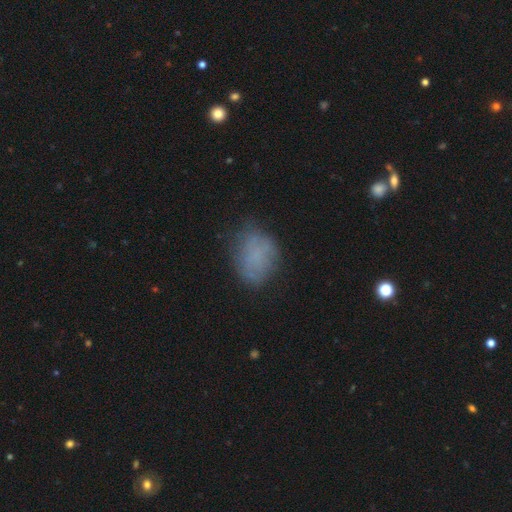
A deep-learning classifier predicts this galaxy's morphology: smooth_or_featured: smooth (p=0.66) [alt: featured or disk p=0.21]
how_rounded: in between (p=0.63) [alt: round p=0.35]
merging: none (p=0.64) [alt: minor disturbance p=0.23]